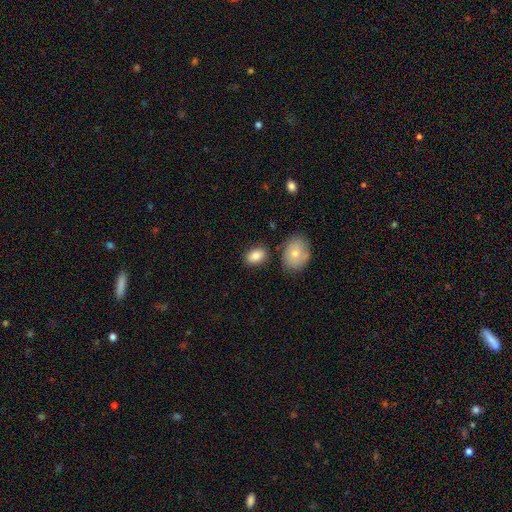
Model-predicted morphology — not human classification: Q: Smooth or featured?
A: smooth (85%); runner-up: star or artifact (8%)
Q: How rounded?
A: in between (83%); runner-up: round (16%)
Q: Merging?
A: none (78%); runner-up: minor disturbance (12%)